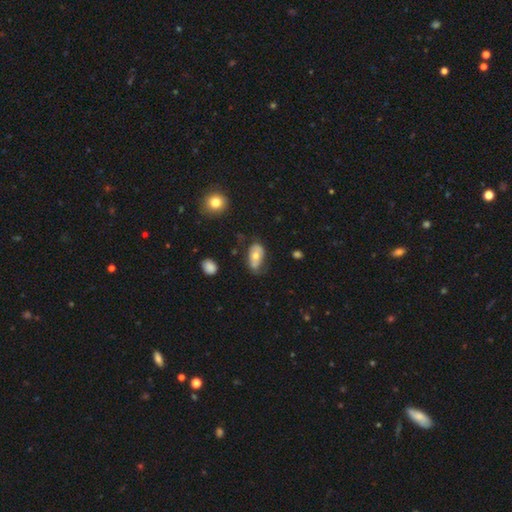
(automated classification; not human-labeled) smooth 62%, featured or disk 31%, star or artifact 7%. Down the decision tree: how rounded — in between (91%); merging — none (49%).